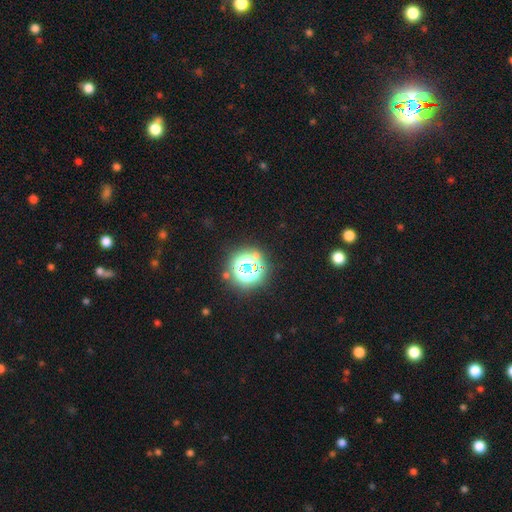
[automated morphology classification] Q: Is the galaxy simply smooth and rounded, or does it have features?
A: star or artifact — 75%.